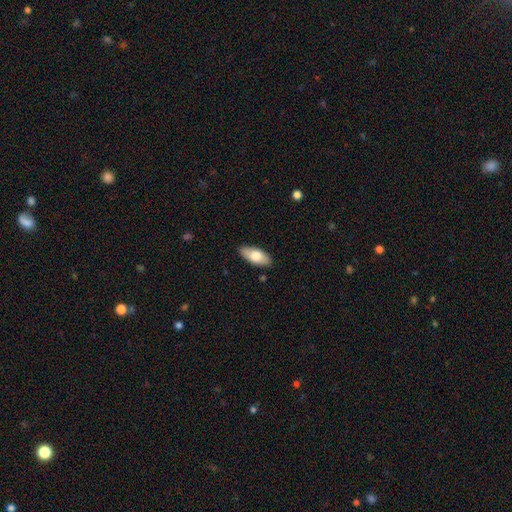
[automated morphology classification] smooth-or-featured: smooth: 75% | featured or disk: 19% | star or artifact: 6%
  how-rounded: in between: 87% | cigar-shaped: 11% | round: 2%
  merging: none: 87% | minor disturbance: 10% | major disturbance: 2% | merger: 1%